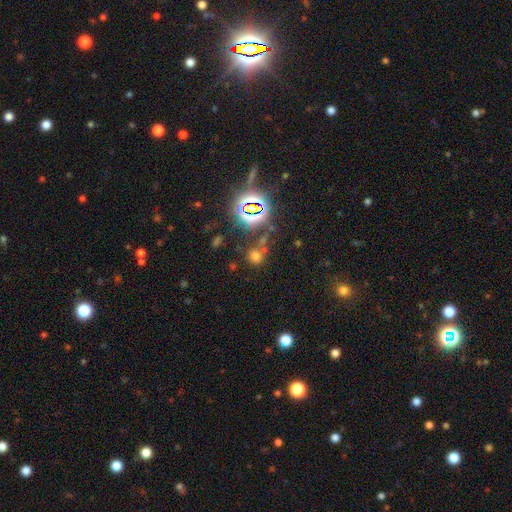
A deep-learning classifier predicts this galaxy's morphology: A smooth galaxy with no disk features (58%) that is round (82%). Merging: none (69%).